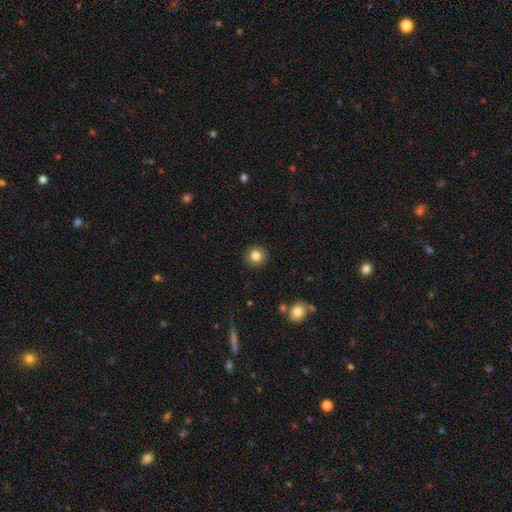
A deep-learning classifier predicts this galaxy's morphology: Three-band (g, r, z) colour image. It shows a smooth galaxy with no disk features (83%) that is round (93%). Merging: none (92%).